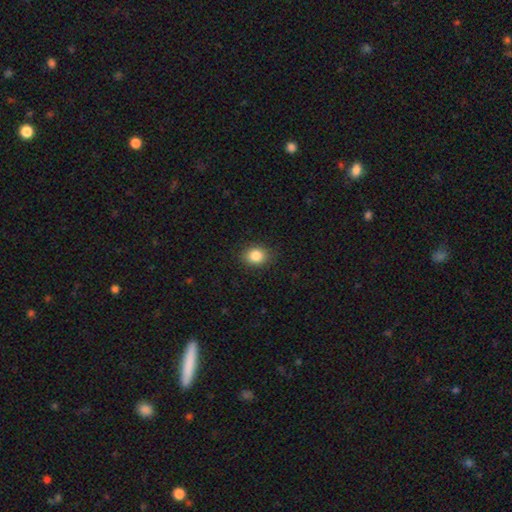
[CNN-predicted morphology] type=smooth (85%); roundness=round (63%); merging=none (88%).